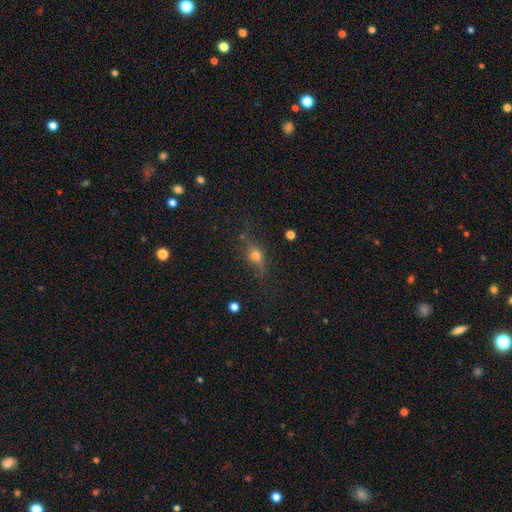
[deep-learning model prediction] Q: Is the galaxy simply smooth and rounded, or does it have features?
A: smooth — 42%, tied with featured or disk.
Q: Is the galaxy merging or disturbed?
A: none — 71%.